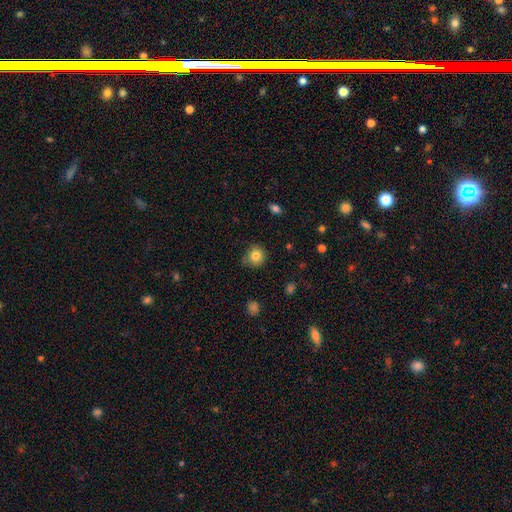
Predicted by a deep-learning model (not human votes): smooth 82%, star or artifact 11%, featured or disk 8%. Down the decision tree: how rounded — round (89%); merging — none (79%).